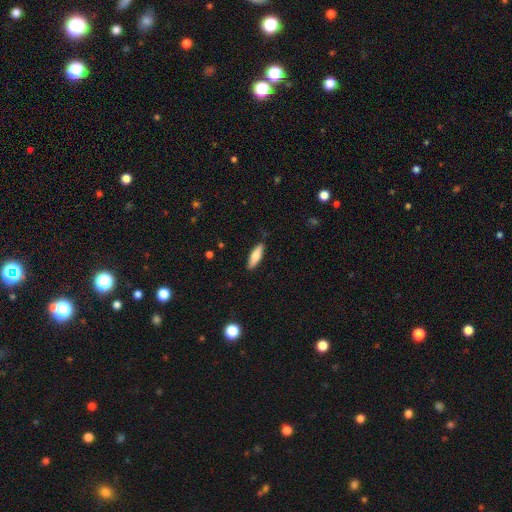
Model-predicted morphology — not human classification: smooth-or-featured: smooth: 70% | featured or disk: 24% | star or artifact: 6%
  how-rounded: cigar-shaped: 60% | in between: 39% | round: 2%
  merging: none: 87% | minor disturbance: 10% | major disturbance: 2% | merger: 1%